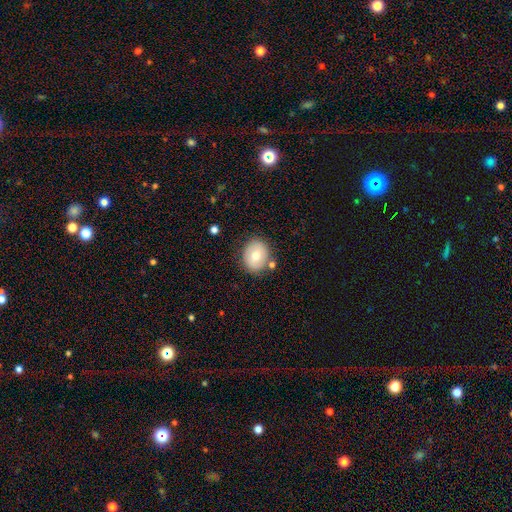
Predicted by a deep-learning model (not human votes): smooth_or_featured: smooth (p=0.70) [alt: featured or disk p=0.22]
how_rounded: round (p=0.65) [alt: in between p=0.34]
merging: none (p=0.80) [alt: minor disturbance p=0.11]